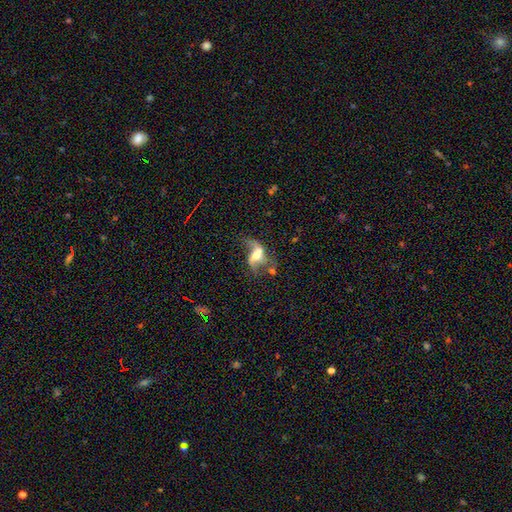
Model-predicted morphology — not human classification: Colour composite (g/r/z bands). It shows a featured or disk galaxy (69%) with a weak bar (38%), spiral arms (76%) and a moderate central bulge (48%). Merging: none (32%).